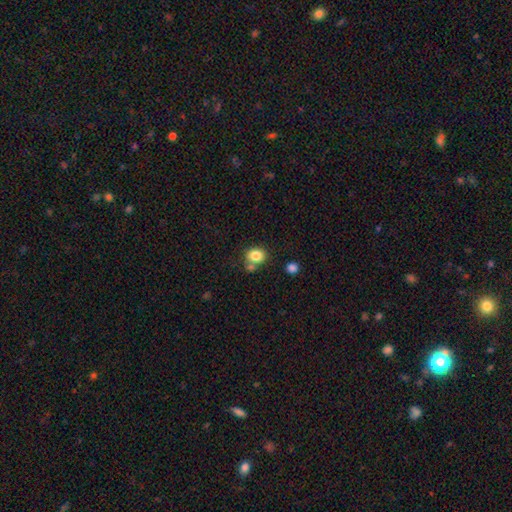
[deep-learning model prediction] Q: Smooth or featured?
A: smooth (83%); runner-up: star or artifact (10%)
Q: How rounded?
A: round (64%); runner-up: in between (35%)
Q: Merging?
A: none (65%); runner-up: merger (18%)